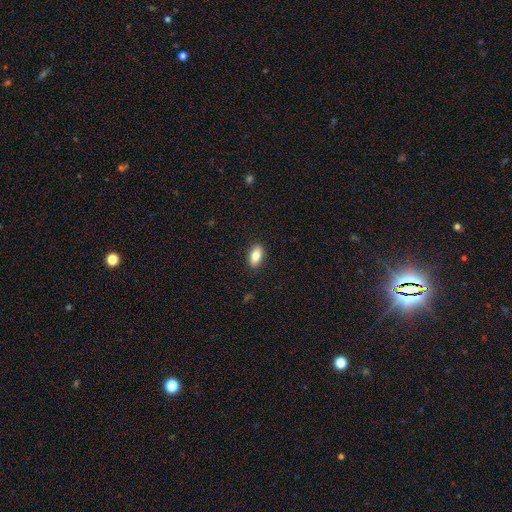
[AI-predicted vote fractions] This appears to be a smooth galaxy with no disk features (82%) that is in between round and cigar-shaped (90%). Merging: none (89%).